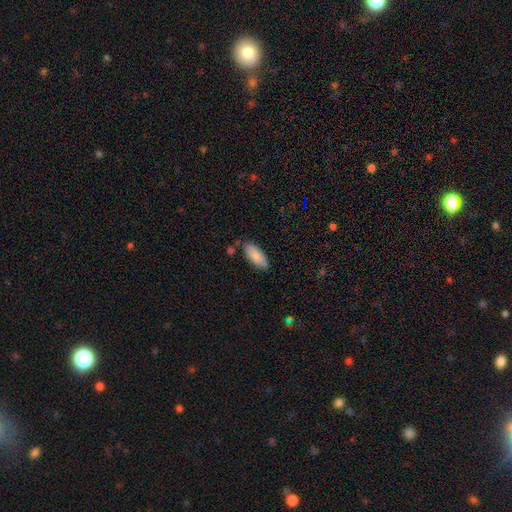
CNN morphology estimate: The model was most divided on "how rounded": in between: 81%, cigar-shaped: 18%, round: 2%. More confident: smooth or featured — smooth (85%); merging — none (81%).